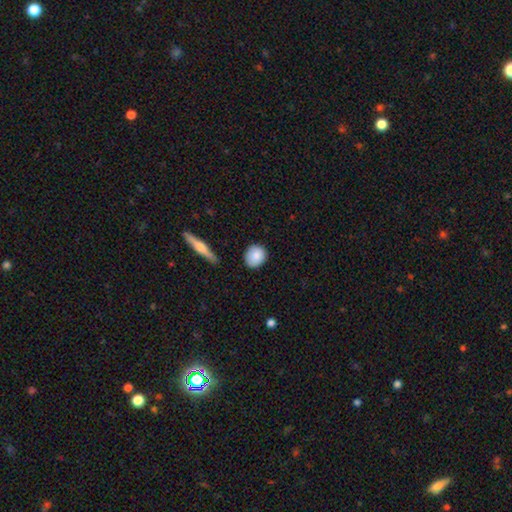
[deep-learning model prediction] Smooth or featured?
  - smooth: 86% *
  - featured or disk: 8%
  - star or artifact: 6%
How rounded?
  - round: 73% *
  - in between: 25%
  - cigar-shaped: 2%
Merging?
  - none: 85% *
  - minor disturbance: 11%
  - major disturbance: 2%
  - merger: 2%